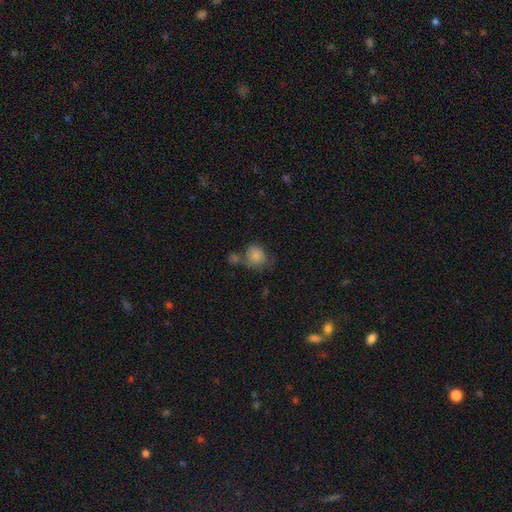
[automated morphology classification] Smooth or featured: smooth — 83% (star or artifact — 9%)
How rounded: round — 72% (in between — 27%)
Merging: none — 52% (merger — 26%)